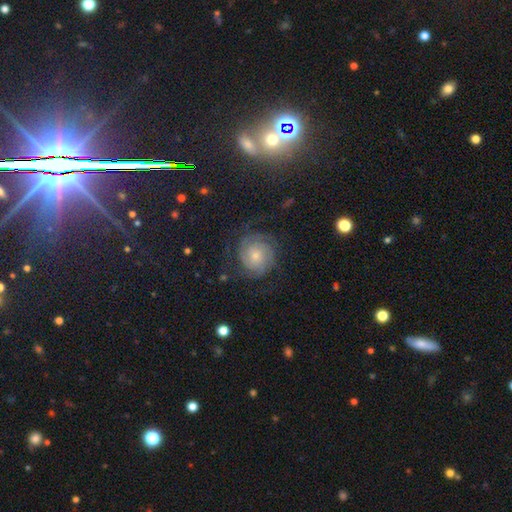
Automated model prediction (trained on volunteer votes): This appears to be a featured or disk galaxy (70%) with no bar (77%), tight (66%) spiral arms (92%) and a small central bulge (60%). Merging: none (72%).